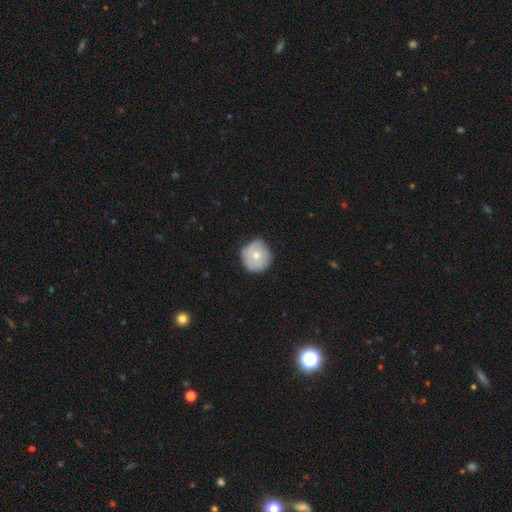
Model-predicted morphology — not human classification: type=smooth (62%); roundness=round (92%); merging=none (72%).